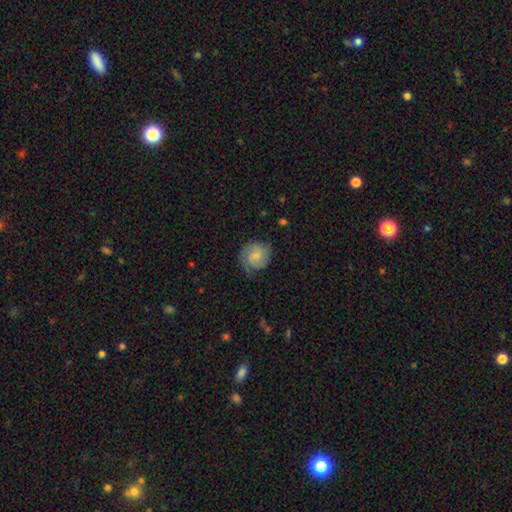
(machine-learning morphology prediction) This appears to be a smooth galaxy with no disk features (57%) that is round (85%). Merging: none (67%).